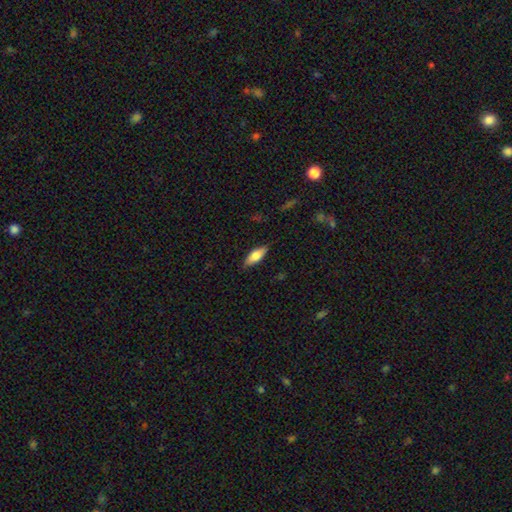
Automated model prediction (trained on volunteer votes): Smooth or featured: smooth — 68% (featured or disk — 26%)
How rounded: in between — 67% (cigar-shaped — 30%)
Merging: none — 86% (minor disturbance — 11%)